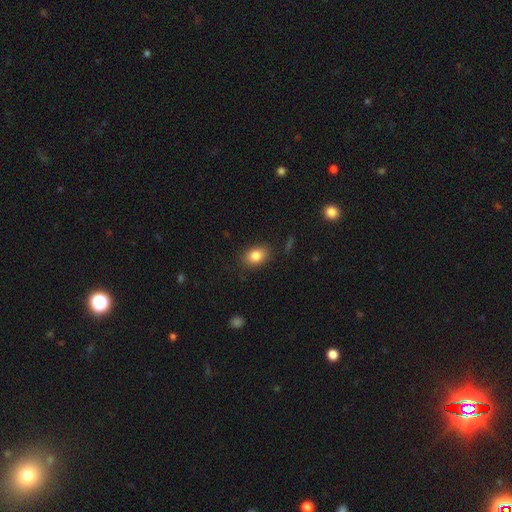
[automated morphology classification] smooth 83%, star or artifact 9%, featured or disk 8%. Down the decision tree: how rounded — in between (74%); merging — none (84%).